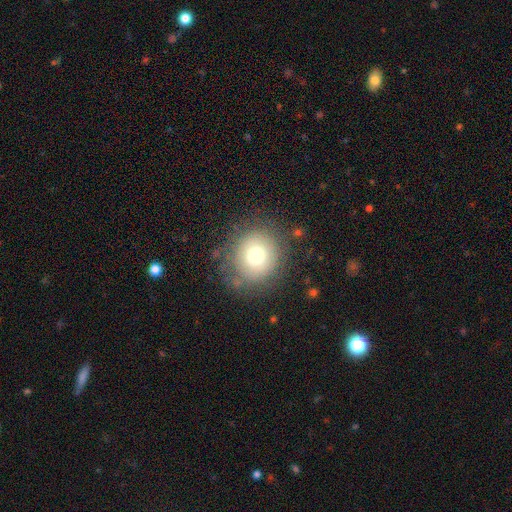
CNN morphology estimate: type=smooth (72%); roundness=round (88%); merging=none (80%).